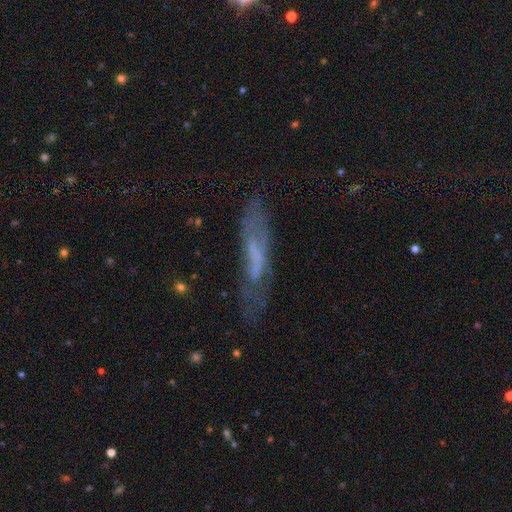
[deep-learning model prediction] Smooth or featured: featured or disk — 54% (smooth — 36%)
Edge-on disk: no — 54% (yes — 46%)
Merging: none — 60% (minor disturbance — 24%)